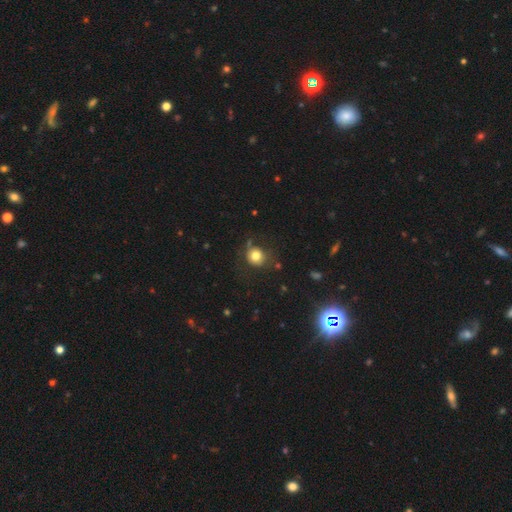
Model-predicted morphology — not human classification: A smooth galaxy with no disk features (78%) that is round (83%).

Vote fractions:
- Smooth or featured? smooth: 78% / star or artifact: 12% / featured or disk: 9%
- How rounded? round: 83% / in between: 16% / cigar-shaped: 1%
- Merging? none: 74% / minor disturbance: 17% / major disturbance: 7% / merger: 3%